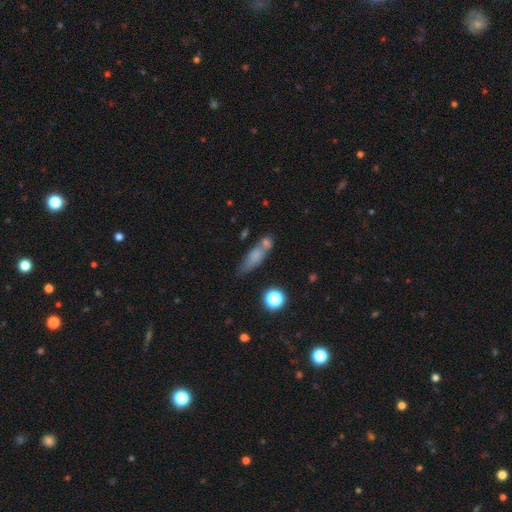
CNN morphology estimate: Q: Smooth or featured?
A: smooth (68%); runner-up: featured or disk (20%)
Q: How rounded?
A: cigar-shaped (52%); runner-up: in between (42%)
Q: Merging?
A: none (53%); runner-up: merger (21%)